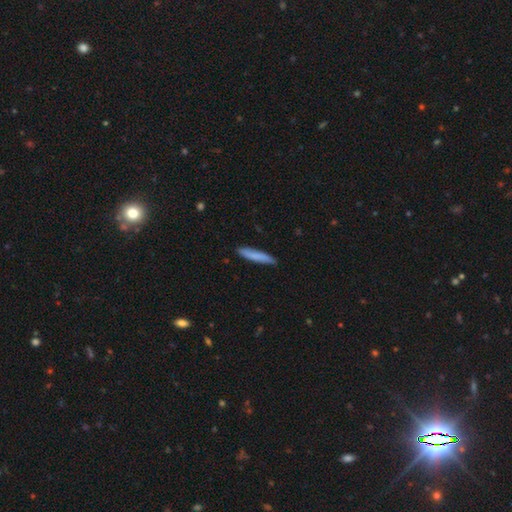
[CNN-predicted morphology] This appears to be a smooth galaxy with no disk features (78%) that is cigar-shaped (91%). Merging: none (87%).